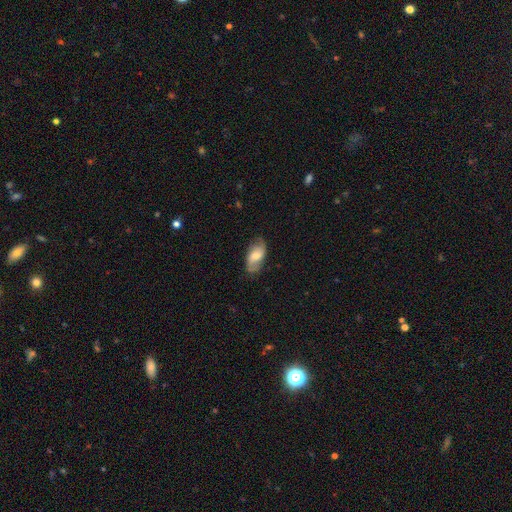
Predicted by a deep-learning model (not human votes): Overall: featured or disk (48%; smooth 45%). Merging: none (74%).